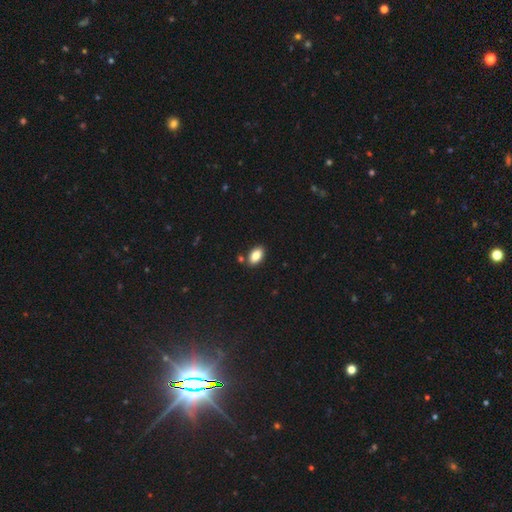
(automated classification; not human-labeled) This is clearly a smooth galaxy (84%). How rounded: clearly in between (92%). Merging: clearly none (84%).